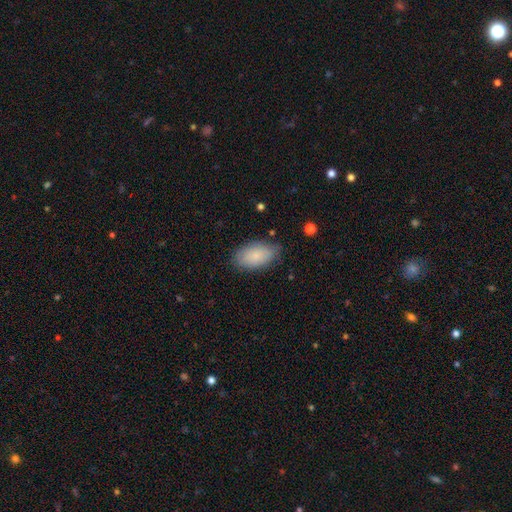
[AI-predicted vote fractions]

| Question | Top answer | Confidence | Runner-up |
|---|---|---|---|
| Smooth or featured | smooth | 83% | featured or disk (10%) |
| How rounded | in between | 94% | round (4%) |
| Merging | none | 77% | minor disturbance (18%) |